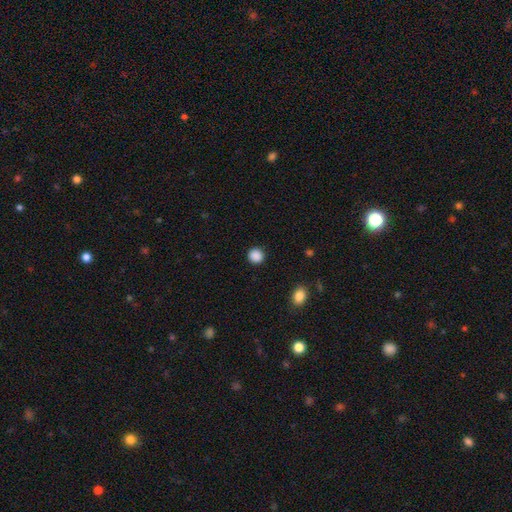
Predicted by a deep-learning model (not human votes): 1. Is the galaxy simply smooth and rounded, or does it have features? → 88% smooth, 10% star or artifact, 2% featured or disk.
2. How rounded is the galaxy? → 91% round, 8% in between, 1% cigar-shaped.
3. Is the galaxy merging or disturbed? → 91% none, 6% minor disturbance, 2% major disturbance, 1% merger.